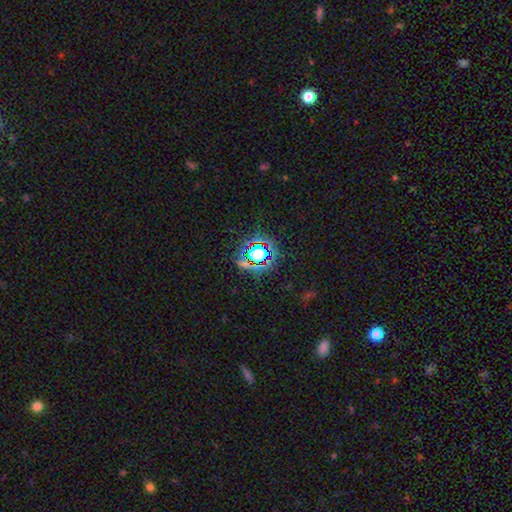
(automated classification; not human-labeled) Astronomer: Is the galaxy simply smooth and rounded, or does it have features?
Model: star or artifact — 75%.